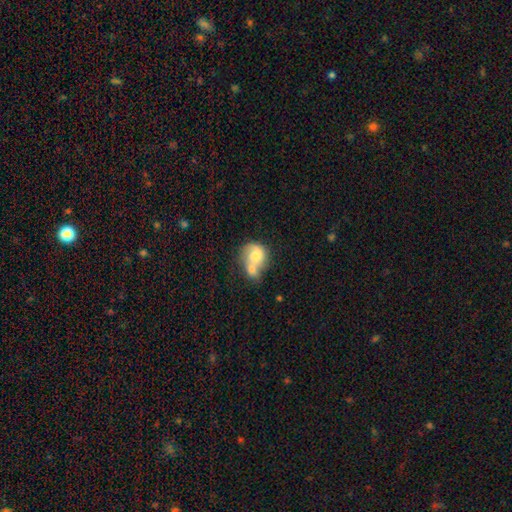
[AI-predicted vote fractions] Q: Smooth or featured?
A: smooth (62%); runner-up: featured or disk (31%)
Q: How rounded?
A: round (62%); runner-up: in between (37%)
Q: Merging?
A: merger (69%); runner-up: none (15%)